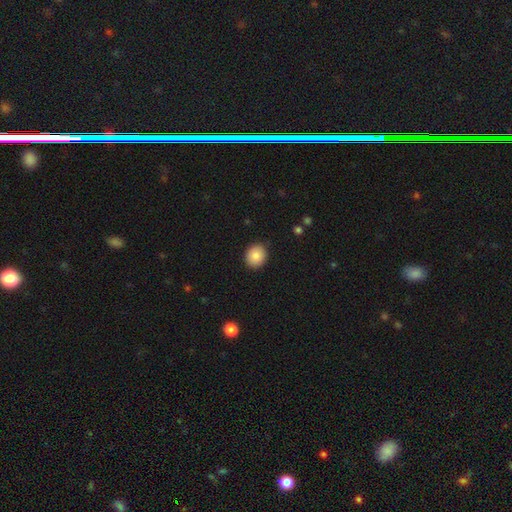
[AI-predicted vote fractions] Overall: smooth (87%). How rounded: round (74%). Merging: none (90%).